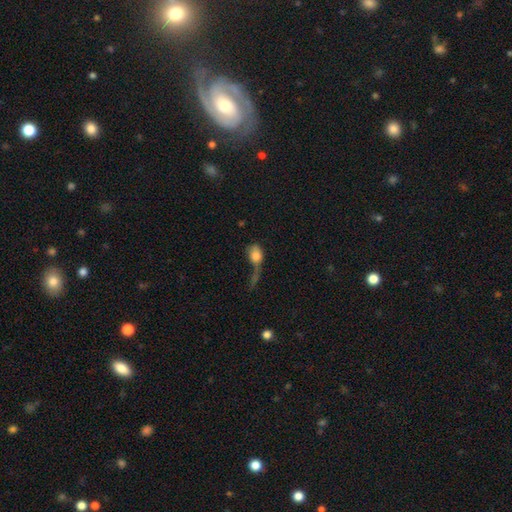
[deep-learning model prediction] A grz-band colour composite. It shows a smooth galaxy with no disk features (73%) that is in between round and cigar-shaped (68%). Merging: major disturbance (41%).